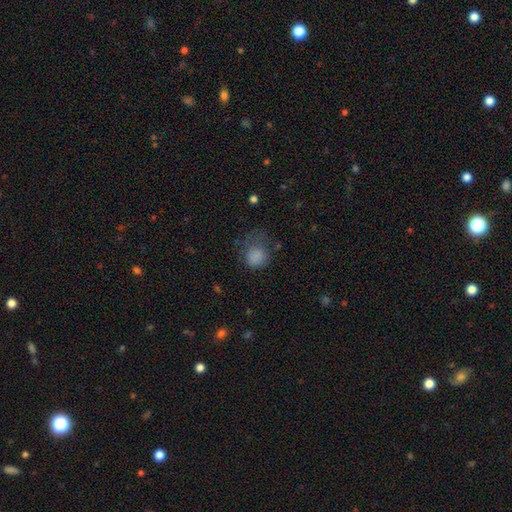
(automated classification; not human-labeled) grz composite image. It shows a smooth galaxy with no disk features (81%) that is round (75%). Merging: none (41%).